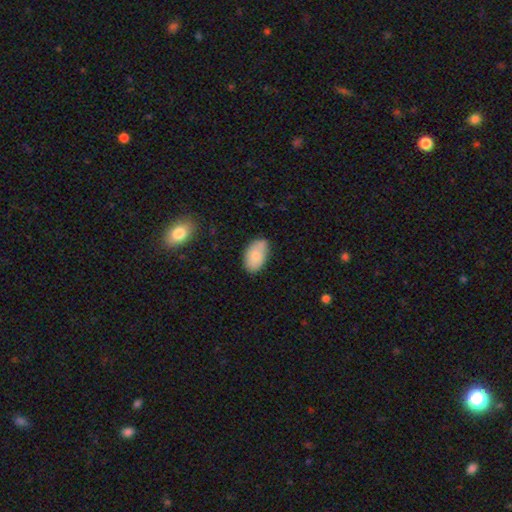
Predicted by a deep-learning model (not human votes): smooth_or_featured: smooth (p=0.81) [alt: featured or disk p=0.12]
how_rounded: in between (p=0.93) [alt: round p=0.05]
merging: none (p=0.66) [alt: minor disturbance p=0.25]